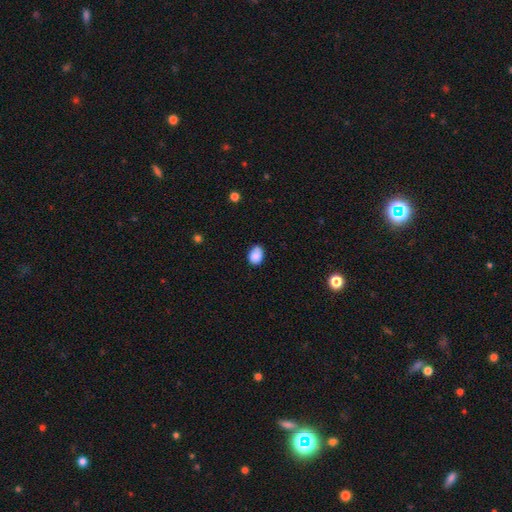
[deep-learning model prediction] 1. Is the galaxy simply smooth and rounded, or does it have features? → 87% smooth, 8% star or artifact, 4% featured or disk.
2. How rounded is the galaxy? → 71% in between, 27% round, 1% cigar-shaped.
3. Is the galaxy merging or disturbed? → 73% none, 22% minor disturbance, 3% major disturbance, 1% merger.